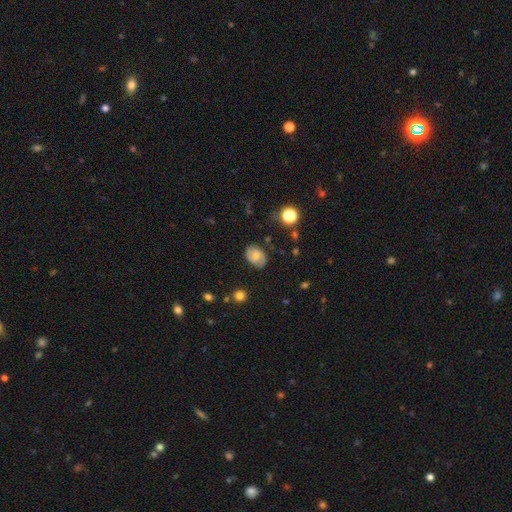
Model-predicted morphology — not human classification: This is possibly a featured or disk galaxy (56%). It is clearly not viewed edge-on (97%). Bar: possibly no (54%). Spiral arm pattern: clearly yes (84%). Central bulge: possibly moderate (48%). Merging: likely none (73%).